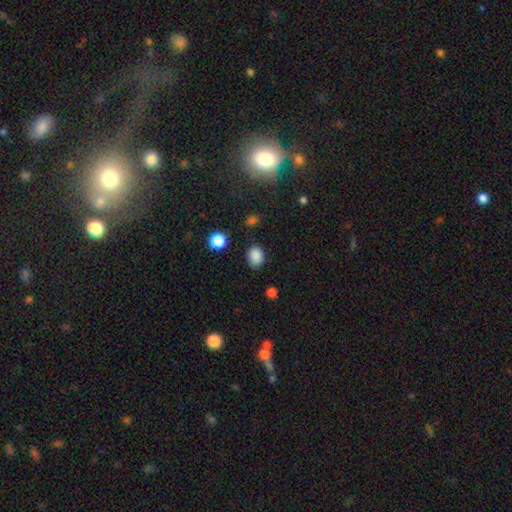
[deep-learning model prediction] Q: Smooth or featured?
A: smooth (86%); runner-up: star or artifact (11%)
Q: How rounded?
A: in between (60%); runner-up: round (39%)
Q: Merging?
A: none (82%); runner-up: minor disturbance (12%)